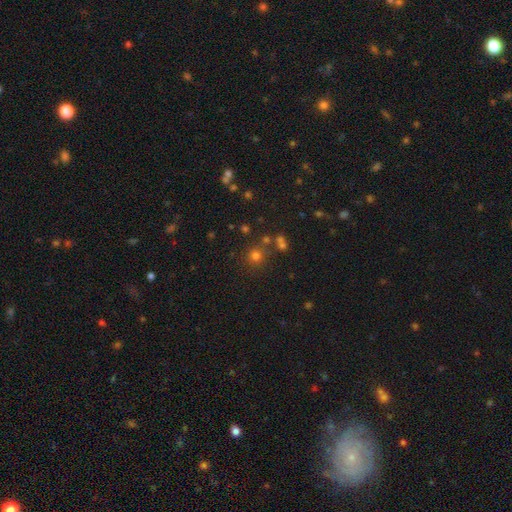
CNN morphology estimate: Smooth or featured?
  - smooth: 70% *
  - star or artifact: 22%
  - featured or disk: 7%
How rounded?
  - round: 91% *
  - in between: 8%
  - cigar-shaped: 1%
Merging?
  - none: 74% *
  - merger: 12%
  - minor disturbance: 9%
  - major disturbance: 4%